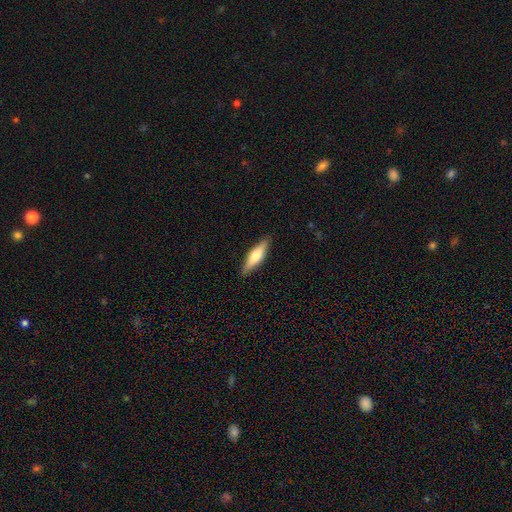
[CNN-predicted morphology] smooth_or_featured: smooth (p=0.55) [alt: featured or disk p=0.40]
how_rounded: cigar-shaped (p=0.69) [alt: in between p=0.29]
merging: none (p=0.89) [alt: minor disturbance p=0.08]